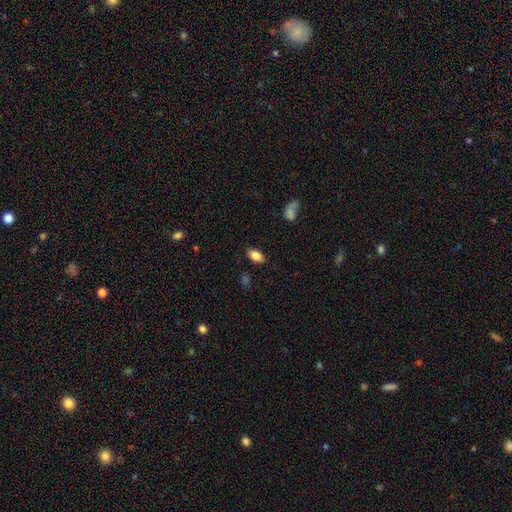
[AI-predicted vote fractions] Overall: smooth (84%). How rounded: in between (91%). Merging: none (86%).